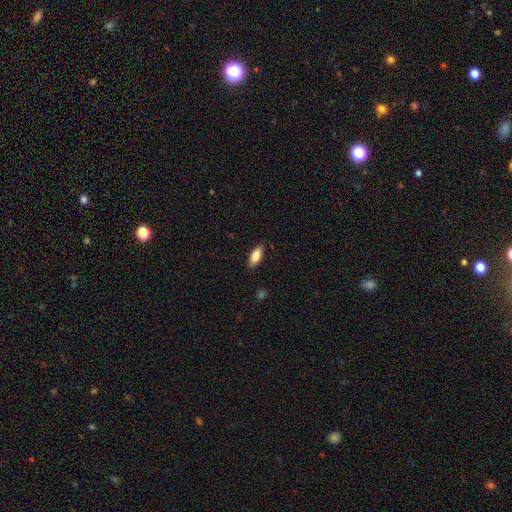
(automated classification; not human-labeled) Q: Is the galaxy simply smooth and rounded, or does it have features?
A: smooth — 82%.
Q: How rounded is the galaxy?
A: in between — 83%.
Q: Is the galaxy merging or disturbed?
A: none — 86%.